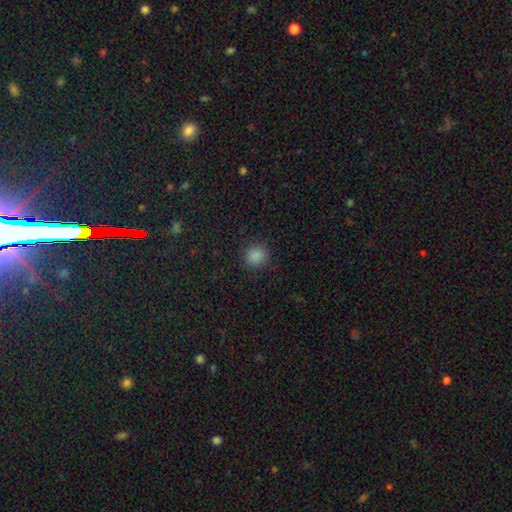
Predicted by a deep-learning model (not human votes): Smooth or featured: smooth — 85% (star or artifact — 12%)
How rounded: round — 86% (in between — 13%)
Merging: none — 88% (minor disturbance — 8%)